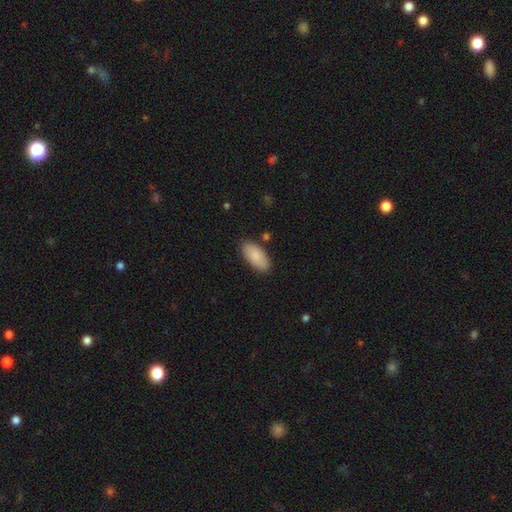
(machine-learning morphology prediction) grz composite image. It shows a smooth galaxy with no disk features (86%) that is in between round and cigar-shaped (92%). Merging: none (84%).